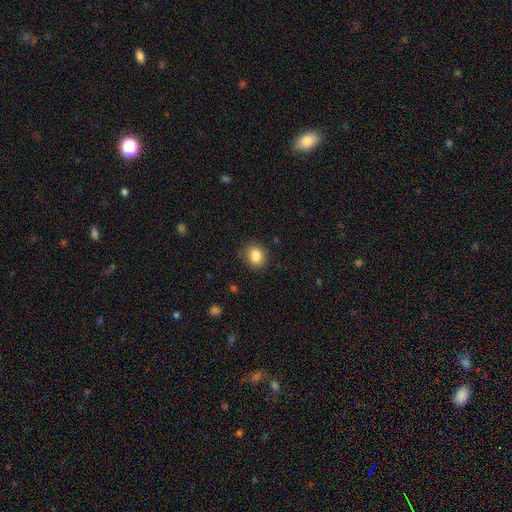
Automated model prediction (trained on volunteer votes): smooth 85%, star or artifact 10%, featured or disk 5%. Down the decision tree: how rounded — round (63%); merging — none (86%).